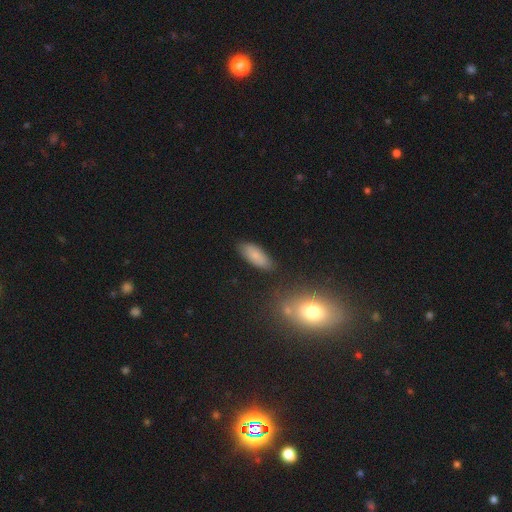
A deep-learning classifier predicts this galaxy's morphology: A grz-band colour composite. It shows a smooth galaxy with no disk features (79%) that is in between round and cigar-shaped (78%). Merging: none (81%).